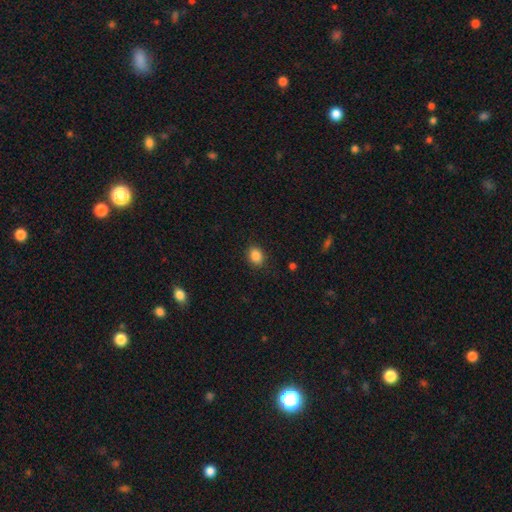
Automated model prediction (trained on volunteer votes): This appears to be a smooth galaxy with no disk features (86%) that is in between round and cigar-shaped (51%). Merging: none (87%).